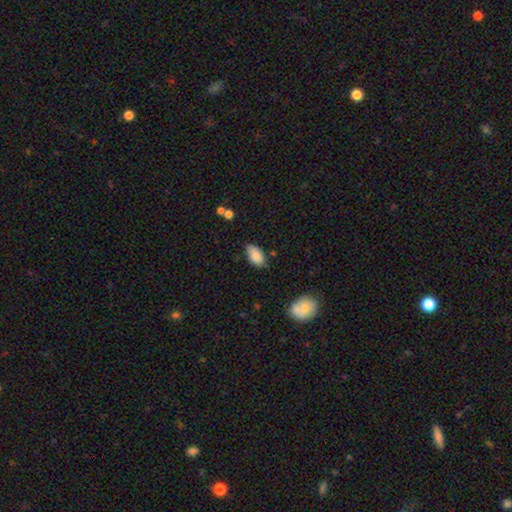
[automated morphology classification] This is clearly a smooth galaxy (84%). How rounded: clearly in between (93%). Merging: likely none (61%).